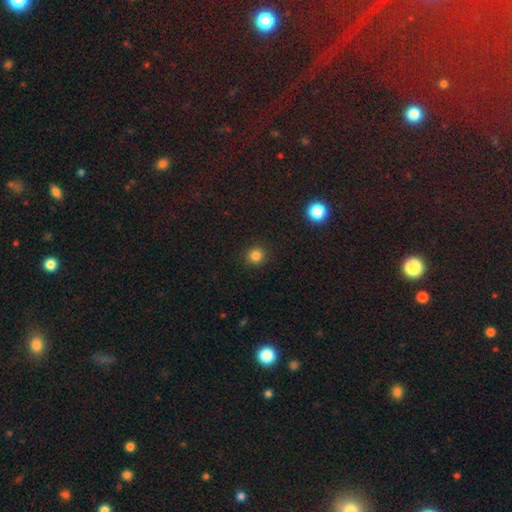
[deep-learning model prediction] Smooth or featured? Predicted: smooth (p=0.83). How rounded? Predicted: round (p=0.94). Merging? Predicted: none (p=0.92).